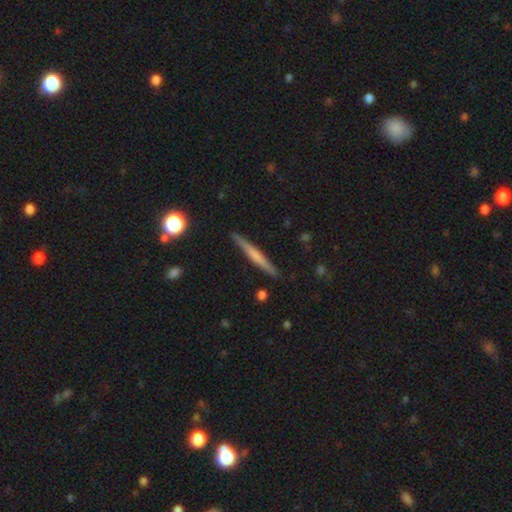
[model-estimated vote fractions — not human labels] A featured or disk galaxy (50%) viewed edge-on (97%).

Vote fractions:
- Smooth or featured? featured or disk: 50% / smooth: 43% / star or artifact: 6%
- Edge-on disk? yes: 97% / no: 3%
- Merging? none: 90% / minor disturbance: 7% / major disturbance: 1% / merger: 1%